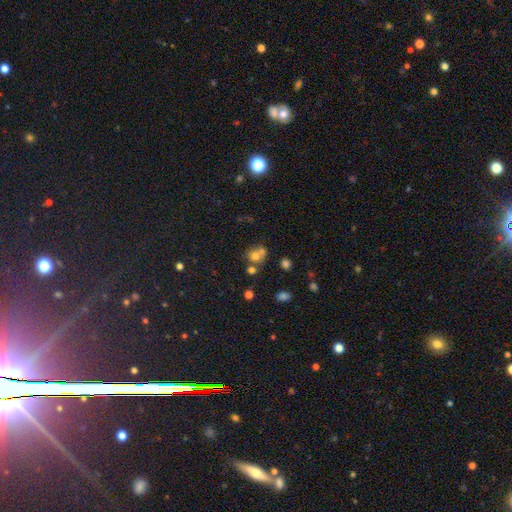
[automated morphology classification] Overall: smooth (68%). How rounded: round (74%). Merging: merger (49%; none 38%).